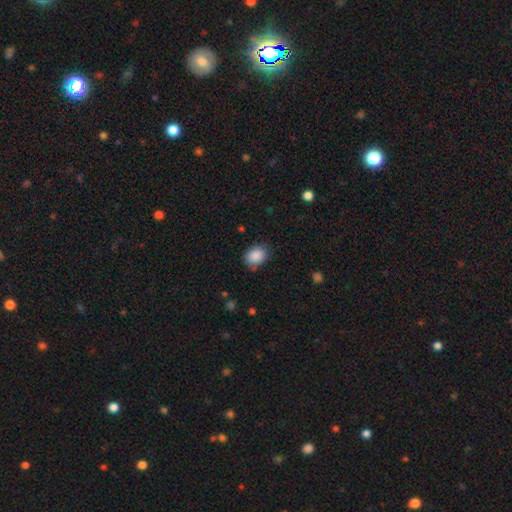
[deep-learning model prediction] smooth-or-featured: smooth: 88% | star or artifact: 8% | featured or disk: 4%
  how-rounded: in between: 54% | round: 45% | cigar-shaped: 1%
  merging: none: 78% | minor disturbance: 16% | major disturbance: 4% | merger: 2%